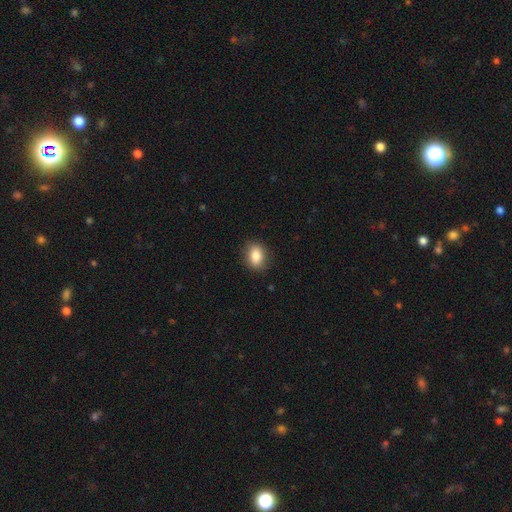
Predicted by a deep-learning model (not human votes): smooth_or_featured: smooth (p=0.85) [alt: star or artifact p=0.08]
how_rounded: in between (p=0.68) [alt: round p=0.31]
merging: none (p=0.86) [alt: minor disturbance p=0.10]